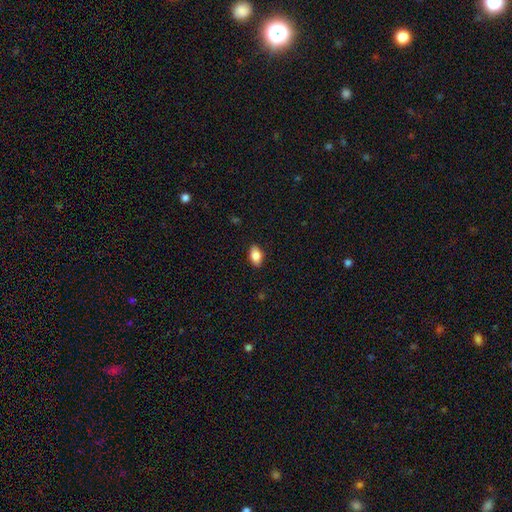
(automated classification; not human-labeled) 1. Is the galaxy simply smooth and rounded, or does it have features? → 84% smooth, 8% featured or disk, 8% star or artifact.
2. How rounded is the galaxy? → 90% in between, 7% round, 3% cigar-shaped.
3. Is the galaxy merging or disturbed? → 89% none, 8% minor disturbance, 2% major disturbance, 1% merger.